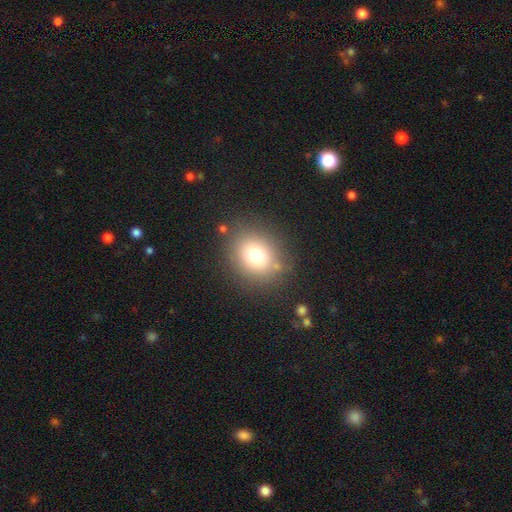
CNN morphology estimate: A smooth galaxy with no disk features (73%) that is round (75%).

Vote fractions:
- Smooth or featured? smooth: 73% / star or artifact: 15% / featured or disk: 11%
- How rounded? round: 75% / in between: 24% / cigar-shaped: 1%
- Merging? none: 81% / minor disturbance: 10% / major disturbance: 5% / merger: 3%